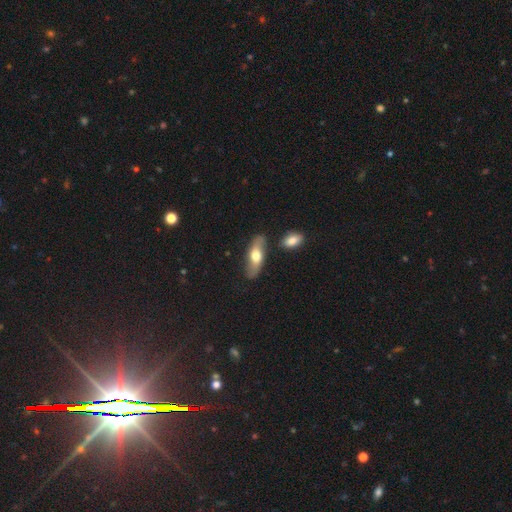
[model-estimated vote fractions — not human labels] Smooth or featured? Predicted: smooth (p=0.55). How rounded? Predicted: in between (p=0.67). Merging? Predicted: none (p=0.79).